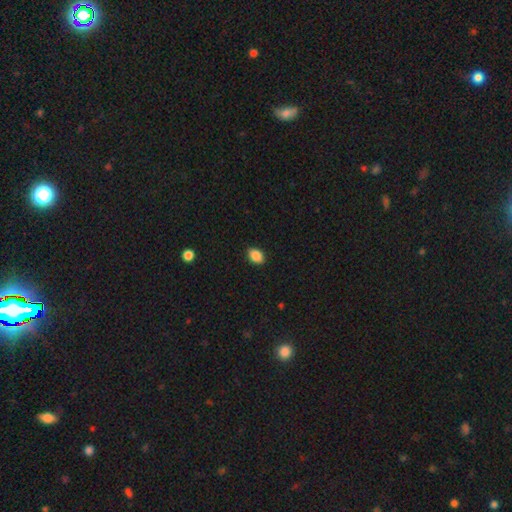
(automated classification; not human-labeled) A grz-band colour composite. It shows a smooth galaxy with no disk features (88%) that is in between round and cigar-shaped (82%). Merging: none (88%).